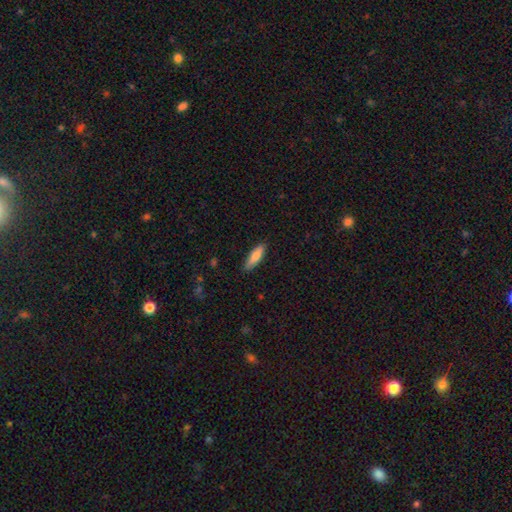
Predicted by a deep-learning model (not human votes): Smooth or featured: smooth — 80% (featured or disk — 15%)
How rounded: cigar-shaped — 57% (in between — 42%)
Merging: none — 85% (minor disturbance — 12%)